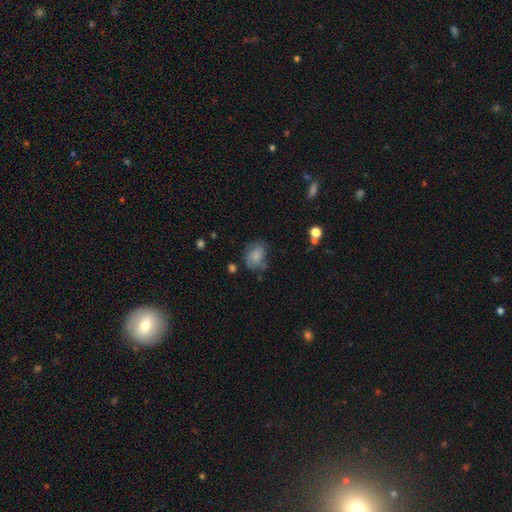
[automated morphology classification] smooth 74%, featured or disk 17%, star or artifact 9%. Down the decision tree: how rounded — in between (53%); merging — none (52%).